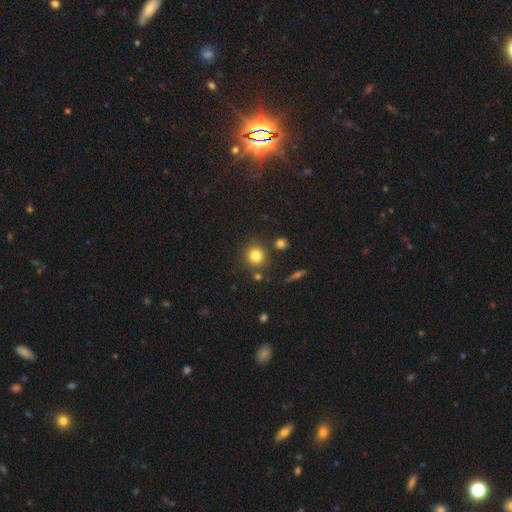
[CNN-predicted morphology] smooth_or_featured: smooth (p=0.80) [alt: star or artifact p=0.12]
how_rounded: round (p=0.92) [alt: in between p=0.07]
merging: none (p=0.84) [alt: minor disturbance p=0.08]